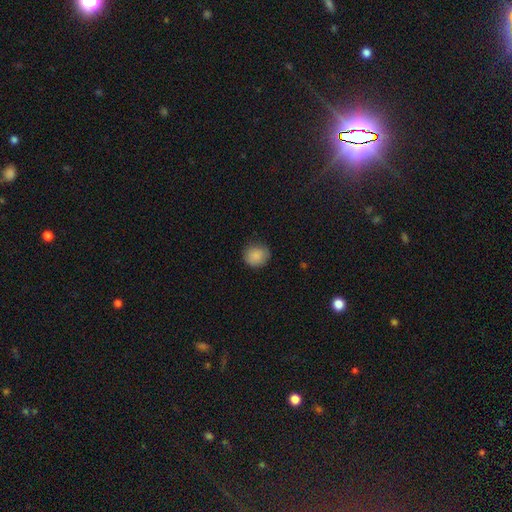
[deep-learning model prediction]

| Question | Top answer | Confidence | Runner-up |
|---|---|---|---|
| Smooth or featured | smooth | 87% | star or artifact (8%) |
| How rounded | round | 87% | in between (12%) |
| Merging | none | 85% | minor disturbance (11%) |